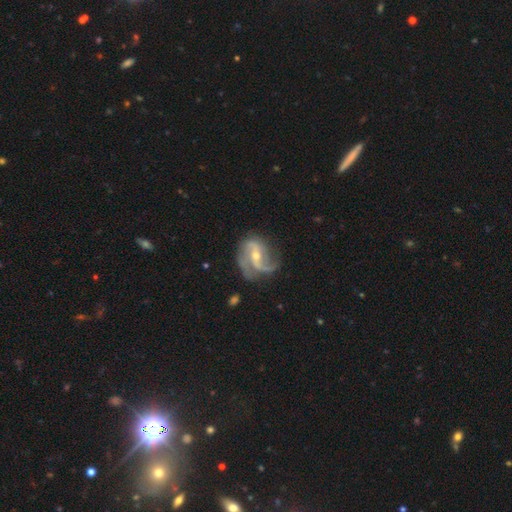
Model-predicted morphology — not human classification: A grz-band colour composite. It shows a featured or disk galaxy (88%) with a weak bar (40%), 2 (69%) medium (43%, tied with loose) spiral arms (96%) and a small central bulge (54%). Merging: none (59%).